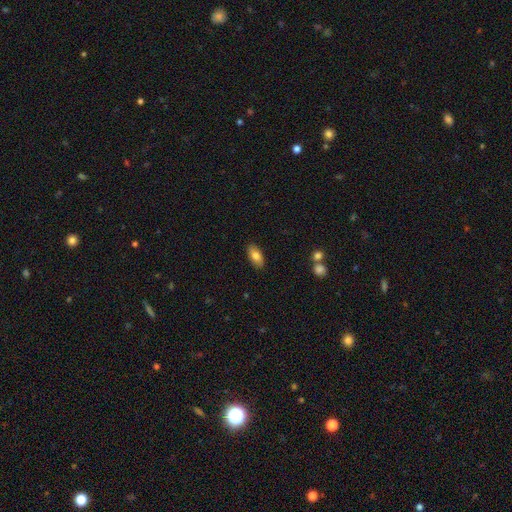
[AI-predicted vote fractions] The model was most divided on "smooth or featured": smooth: 80%, featured or disk: 13%, star or artifact: 7%. More confident: how rounded — in between (91%); merging — none (88%).